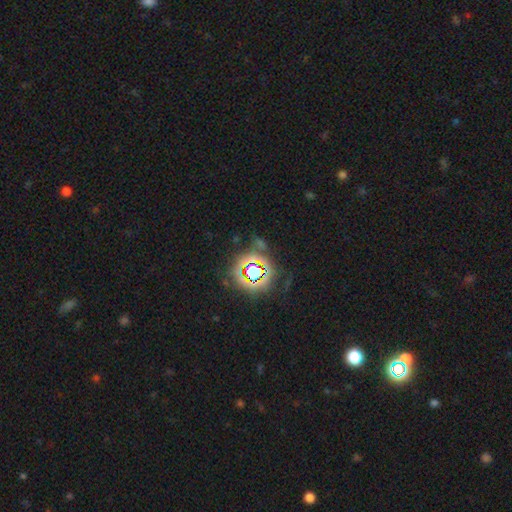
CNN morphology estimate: This appears to be a star or artifact, not a galaxy (73%).